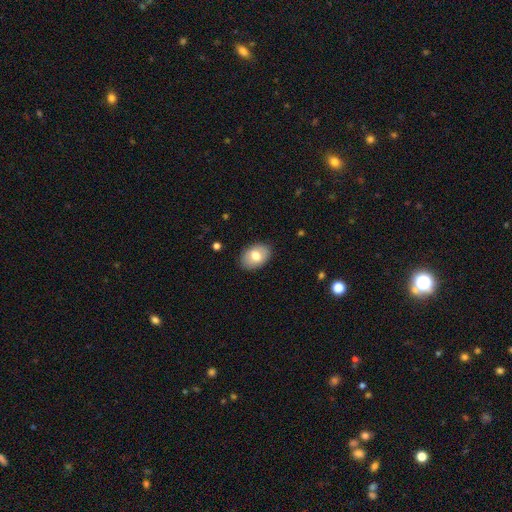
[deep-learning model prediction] smooth-or-featured: smooth: 75% | featured or disk: 18% | star or artifact: 7%
  how-rounded: in between: 84% | round: 15% | cigar-shaped: 1%
  merging: none: 88% | minor disturbance: 9% | major disturbance: 2% | merger: 1%